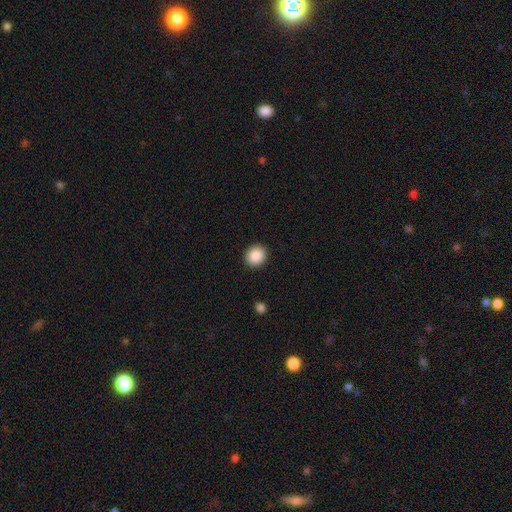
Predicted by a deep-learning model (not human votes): Q: Smooth or featured?
A: smooth (89%); runner-up: star or artifact (8%)
Q: How rounded?
A: round (76%); runner-up: in between (24%)
Q: Merging?
A: none (91%); runner-up: minor disturbance (6%)